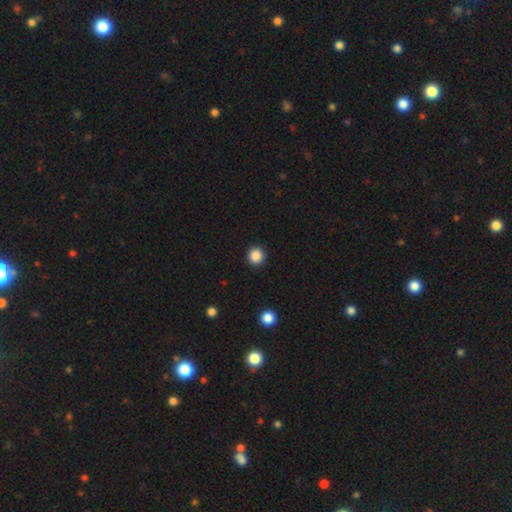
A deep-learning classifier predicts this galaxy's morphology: smooth-or-featured: smooth: 88% | star or artifact: 10% | featured or disk: 2%
  how-rounded: round: 94% | in between: 6% | cigar-shaped: 1%
  merging: none: 93% | minor disturbance: 4% | major disturbance: 2% | merger: 1%